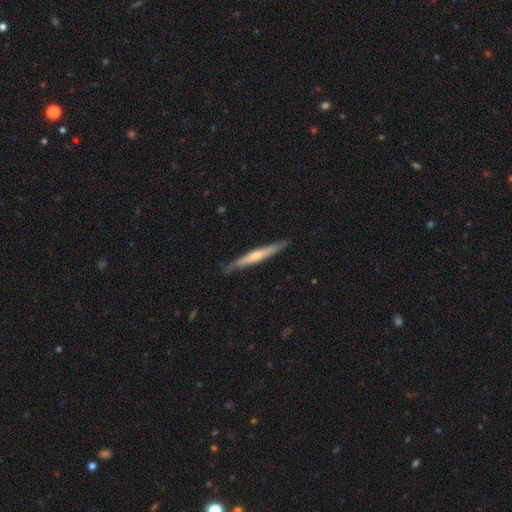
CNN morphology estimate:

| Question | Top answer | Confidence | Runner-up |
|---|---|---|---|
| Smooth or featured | featured or disk | 57% | smooth (38%) |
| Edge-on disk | yes | 93% | no (7%) |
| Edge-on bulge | rounded | 65% | none (30%) |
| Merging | none | 84% | minor disturbance (13%) |